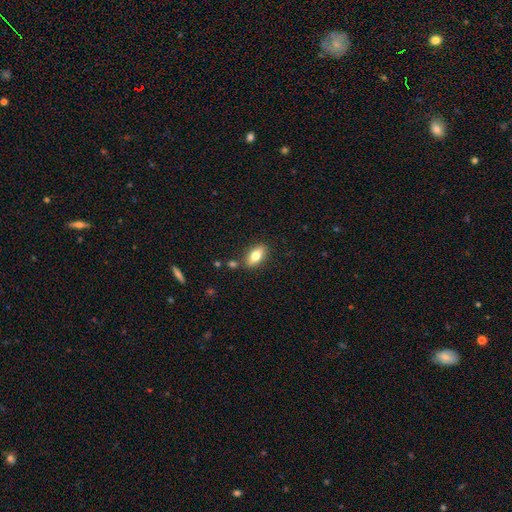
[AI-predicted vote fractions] smooth 72%, featured or disk 20%, star or artifact 7%. Down the decision tree: how rounded — in between (86%); merging — none (82%).